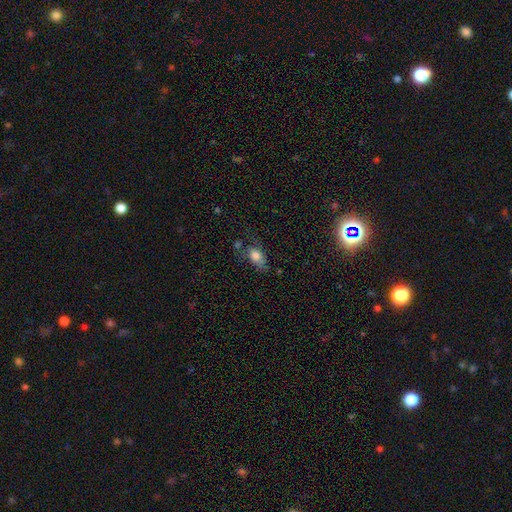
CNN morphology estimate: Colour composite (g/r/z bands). It shows a smooth galaxy with no disk features (73%) that is in between round and cigar-shaped (84%). Merging: none (46%).